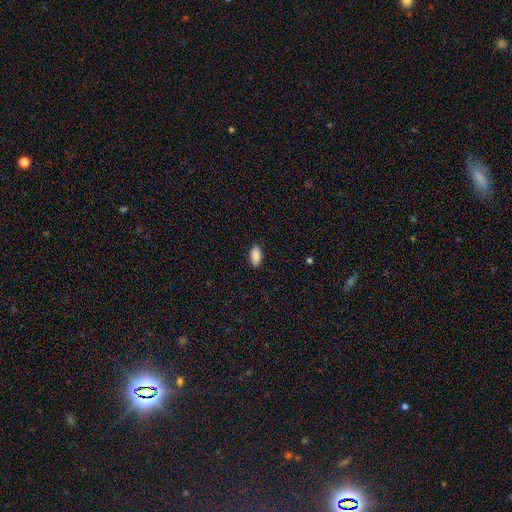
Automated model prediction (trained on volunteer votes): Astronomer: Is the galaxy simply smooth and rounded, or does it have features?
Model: smooth — 90%.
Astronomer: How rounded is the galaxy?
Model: in between — 91%.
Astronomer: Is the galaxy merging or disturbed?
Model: none — 89%.